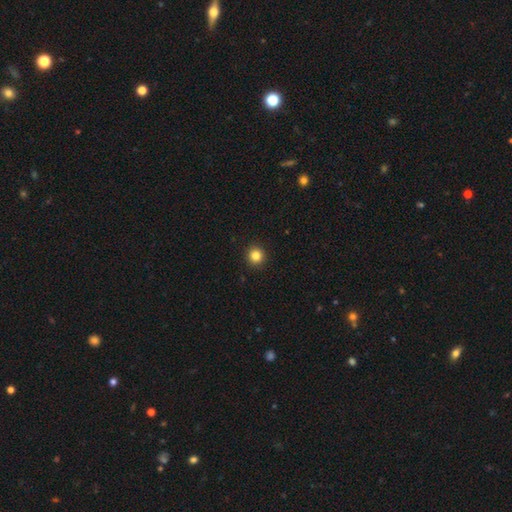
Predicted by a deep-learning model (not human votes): smooth-or-featured: smooth: 84% | star or artifact: 12% | featured or disk: 4%
  how-rounded: round: 94% | in between: 5% | cigar-shaped: 1%
  merging: none: 93% | minor disturbance: 5% | major disturbance: 2% | merger: 1%